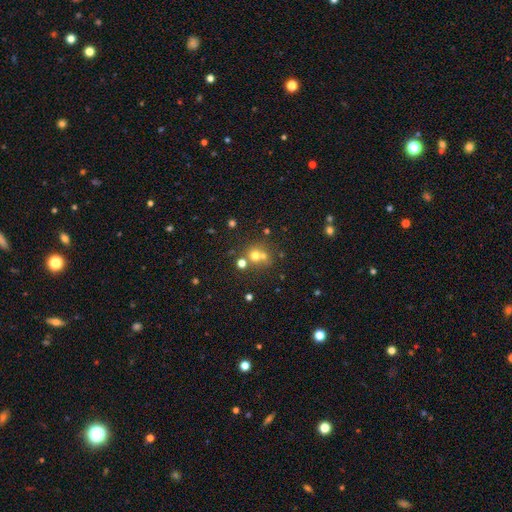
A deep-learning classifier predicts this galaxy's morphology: Overall: smooth (63%). How rounded: round (84%). Merging: none (48%; merger 41%).